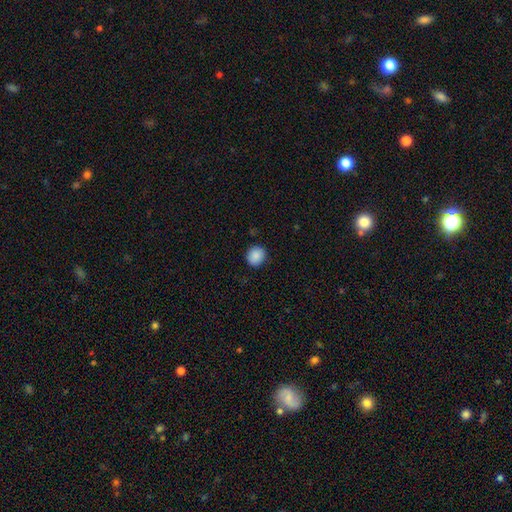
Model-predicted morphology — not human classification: This appears to be a smooth galaxy with no disk features (89%) that is round (78%). Merging: none (88%).